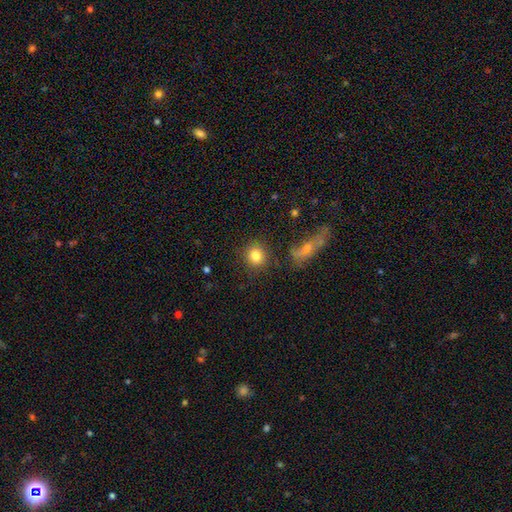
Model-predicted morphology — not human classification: Overall: smooth (82%). How rounded: round (87%). Merging: none (85%).